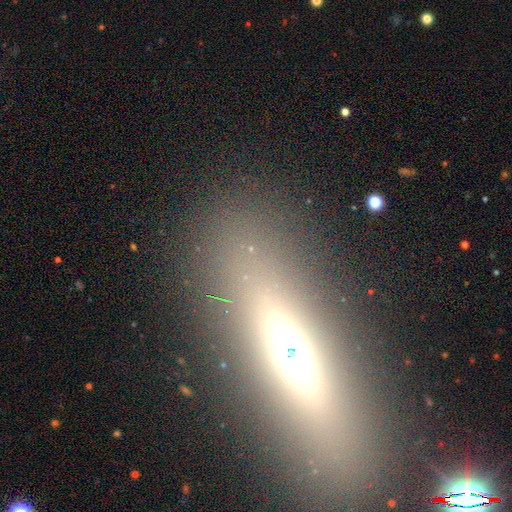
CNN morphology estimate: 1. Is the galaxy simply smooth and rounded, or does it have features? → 44% featured or disk, 34% smooth, 22% star or artifact.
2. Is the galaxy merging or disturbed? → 82% none, 10% minor disturbance, 6% major disturbance, 2% merger.